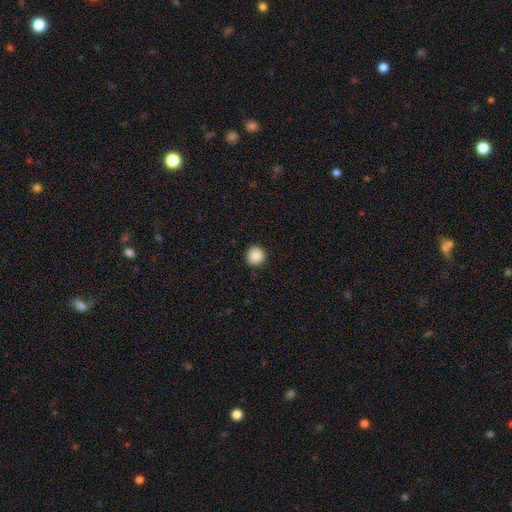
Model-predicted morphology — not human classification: A smooth galaxy with no disk features (88%) that is round (94%). Merging: none (91%).